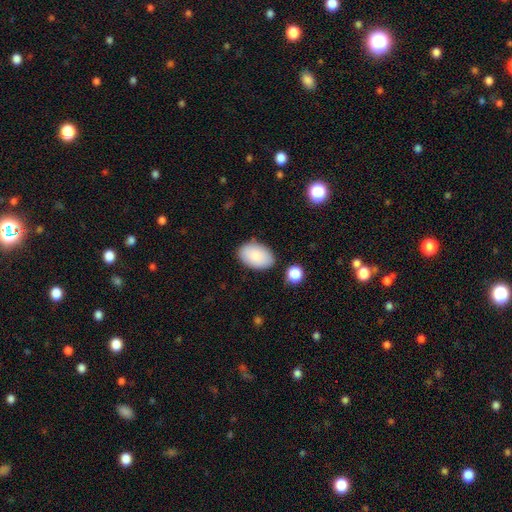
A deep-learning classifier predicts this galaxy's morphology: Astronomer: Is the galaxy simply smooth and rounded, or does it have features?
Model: smooth — 86%.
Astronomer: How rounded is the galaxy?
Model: in between — 92%.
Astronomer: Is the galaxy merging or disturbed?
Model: none — 83%.